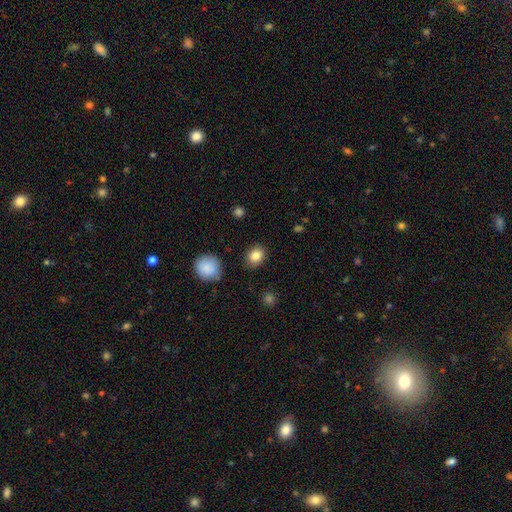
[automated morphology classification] Q: Smooth or featured?
A: smooth (84%); runner-up: star or artifact (9%)
Q: How rounded?
A: round (51%); runner-up: in between (48%)
Q: Merging?
A: none (85%); runner-up: minor disturbance (10%)